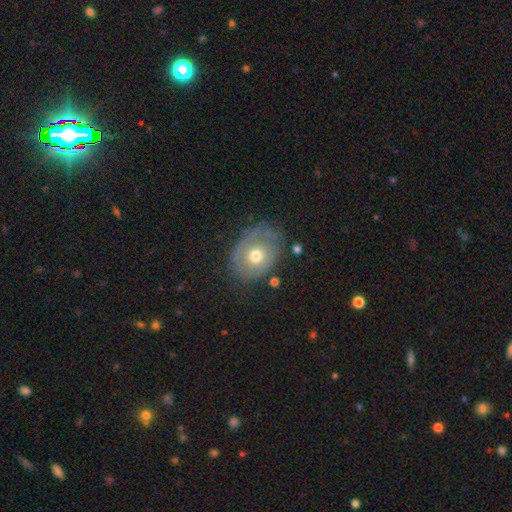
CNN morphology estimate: A smooth galaxy with no disk features (46%).

Vote fractions:
- Smooth or featured? smooth: 46% / featured or disk: 45% / star or artifact: 8%
- Merging? none: 60% / minor disturbance: 25% / major disturbance: 12% / merger: 3%